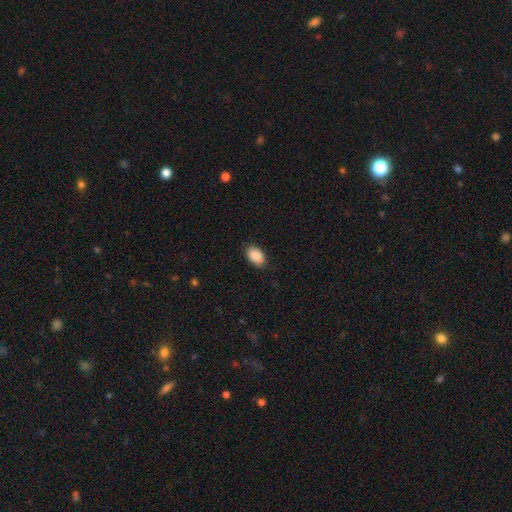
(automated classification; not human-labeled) Smooth or featured? smooth (89%)
How rounded? in between (88%)
Merging? none (81%)